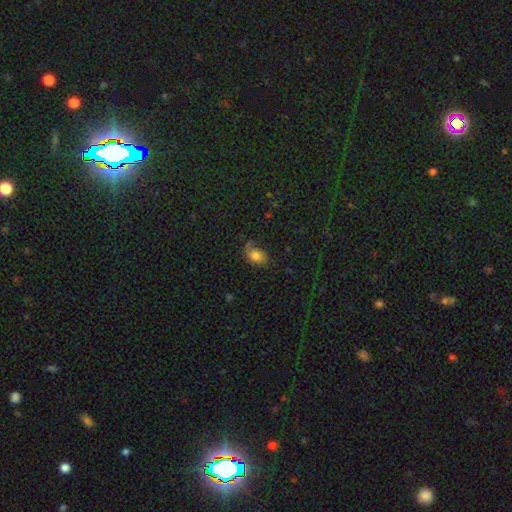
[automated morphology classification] smooth 70%, featured or disk 18%, star or artifact 12%. Down the decision tree: how rounded — in between (73%); merging — none (56%).